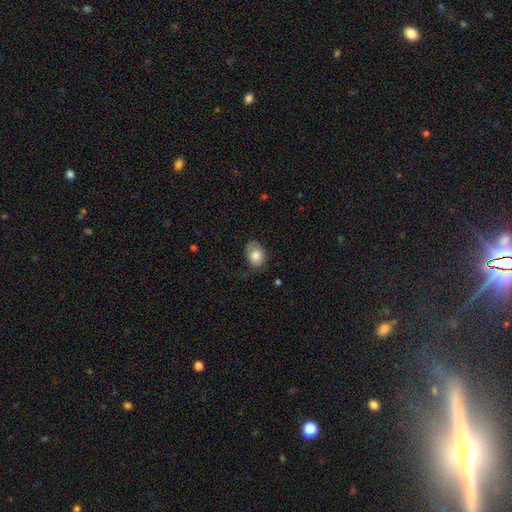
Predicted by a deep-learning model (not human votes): Overall: smooth (80%). How rounded: in between (67%; round 32%). Merging: none (60%; minor disturbance 29%).